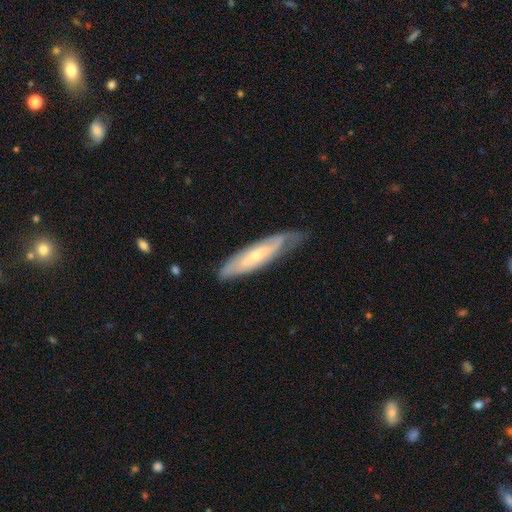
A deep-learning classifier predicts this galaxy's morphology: Smooth or featured: featured or disk — 64% (smooth — 31%)
Edge-on disk: no — 62% (yes — 38%)
Merging: none — 68% (minor disturbance — 24%)